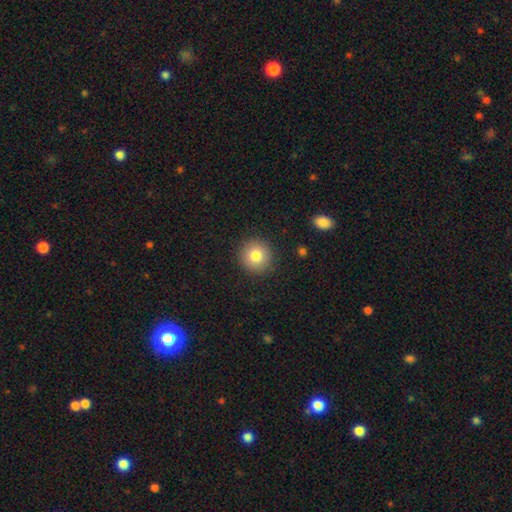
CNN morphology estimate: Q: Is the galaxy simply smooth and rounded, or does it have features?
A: smooth — 81%.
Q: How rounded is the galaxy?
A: round — 94%.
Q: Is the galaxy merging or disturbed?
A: none — 91%.